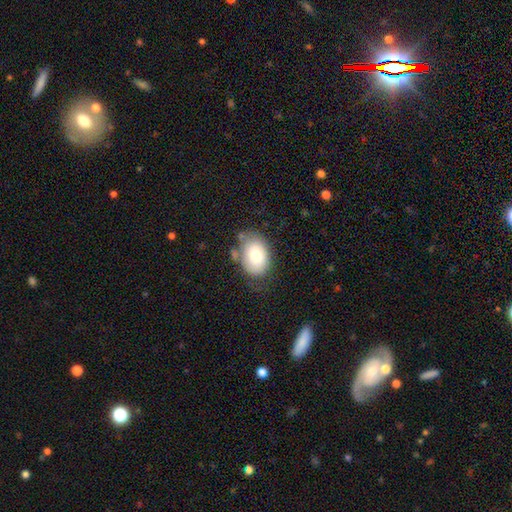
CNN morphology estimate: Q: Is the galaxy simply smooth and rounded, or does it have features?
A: smooth — 79%.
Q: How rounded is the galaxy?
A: in between — 84%.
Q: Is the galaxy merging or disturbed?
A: none — 64%.